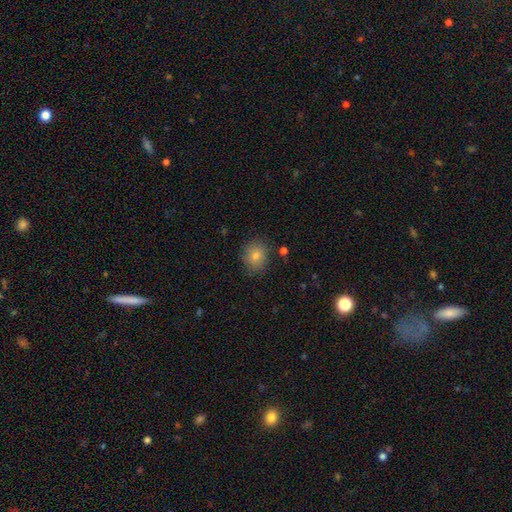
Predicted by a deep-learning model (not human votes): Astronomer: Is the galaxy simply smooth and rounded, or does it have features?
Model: smooth — 76%.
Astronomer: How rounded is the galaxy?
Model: round — 73%.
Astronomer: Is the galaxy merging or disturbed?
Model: none — 83%.